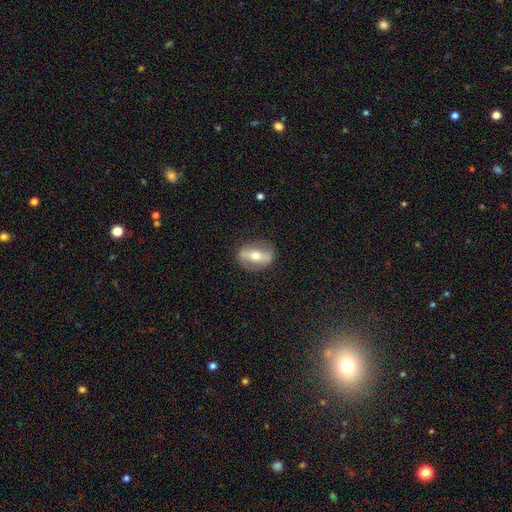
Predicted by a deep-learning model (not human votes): A featured or disk galaxy (61%). Merging: none (84%).